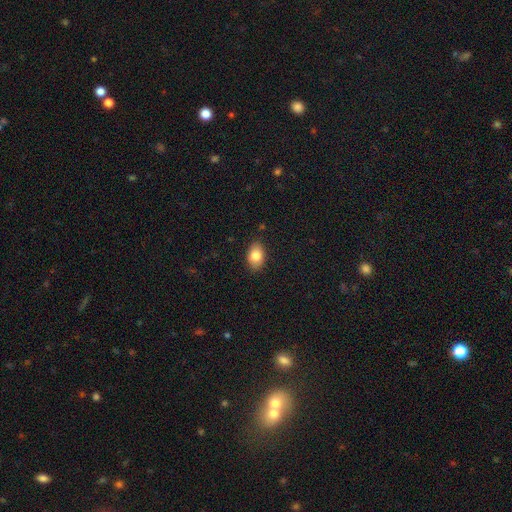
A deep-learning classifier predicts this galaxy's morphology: This is clearly a smooth galaxy (83%). How rounded: clearly in between (86%). Merging: clearly none (85%).